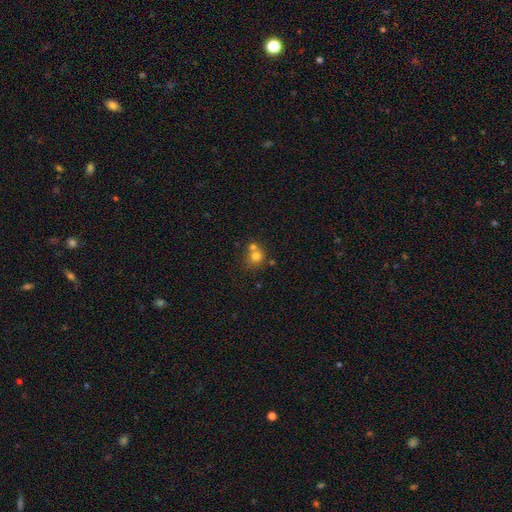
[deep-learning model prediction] Overall: smooth (74%). How rounded: round (86%). Merging: none (48%; merger 41%).